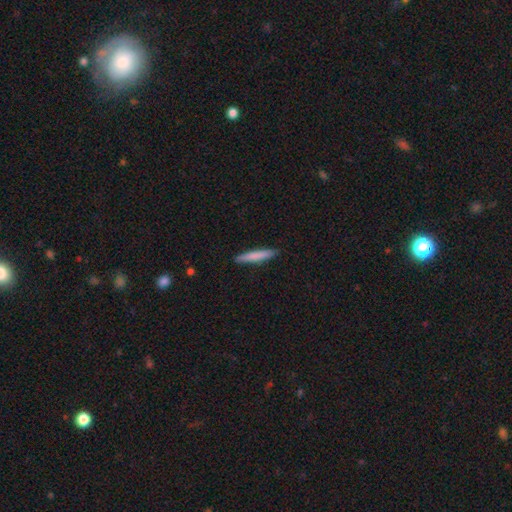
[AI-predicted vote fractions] smooth 77%, featured or disk 18%, star or artifact 5%. Down the decision tree: how rounded — cigar-shaped (94%); merging — none (90%).